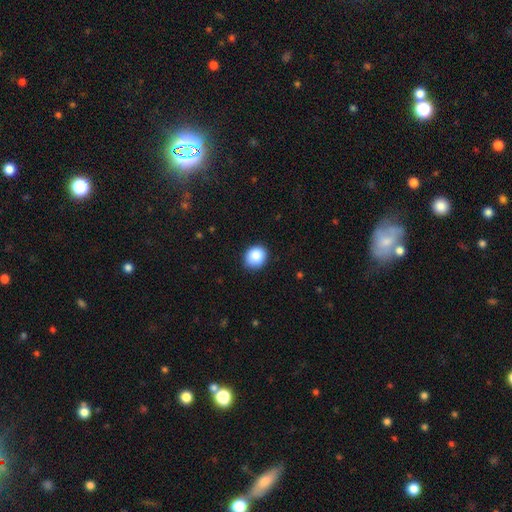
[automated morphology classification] smooth-or-featured: smooth: 88% | star or artifact: 8% | featured or disk: 4%
  how-rounded: round: 70% | in between: 29% | cigar-shaped: 1%
  merging: none: 86% | minor disturbance: 11% | major disturbance: 2% | merger: 1%